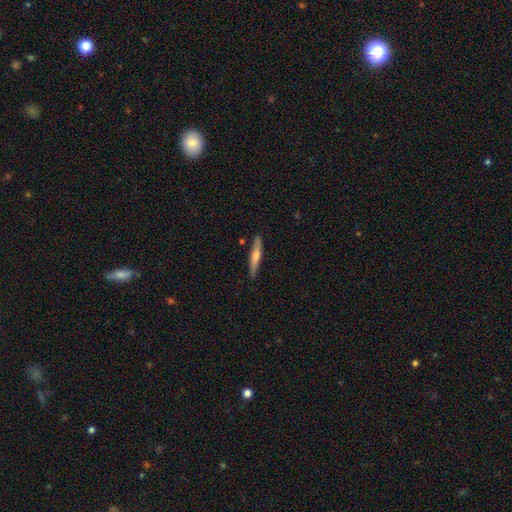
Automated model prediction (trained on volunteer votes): Smooth or featured? featured or disk (54%)
Edge-on disk? yes (95%)
Edge-on bulge? rounded (76%)
Merging? none (86%)